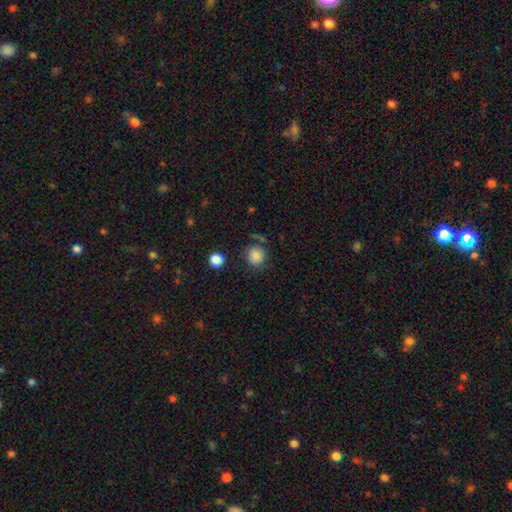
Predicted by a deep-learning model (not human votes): smooth 84%, star or artifact 10%, featured or disk 6%. Down the decision tree: how rounded — round (90%); merging — none (77%).